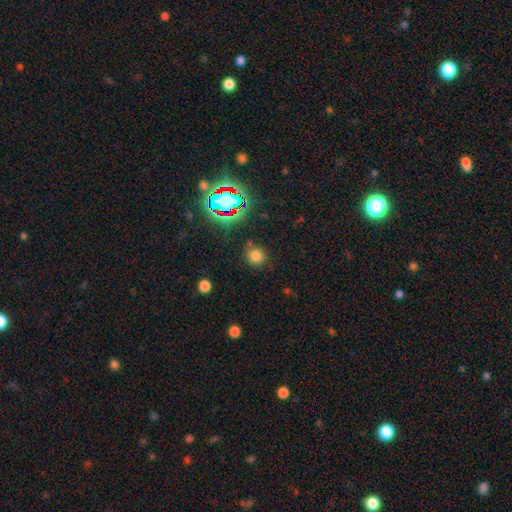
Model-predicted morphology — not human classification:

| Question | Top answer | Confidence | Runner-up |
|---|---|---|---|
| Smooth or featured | smooth | 72% | star or artifact (22%) |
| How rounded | round | 88% | in between (11%) |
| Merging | none | 80% | minor disturbance (12%) |